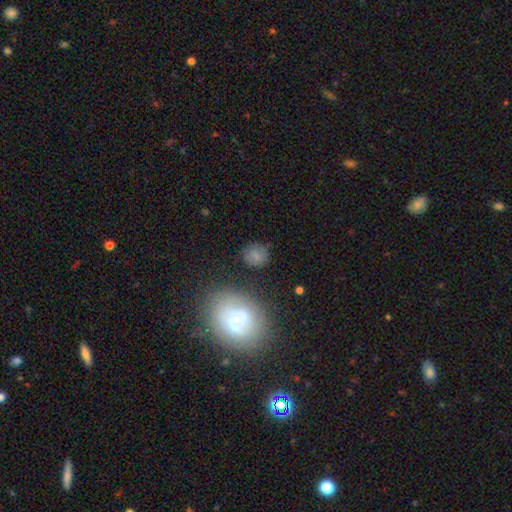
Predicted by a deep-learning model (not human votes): Q: Smooth or featured?
A: smooth (74%); runner-up: star or artifact (13%)
Q: How rounded?
A: round (82%); runner-up: in between (17%)
Q: Merging?
A: none (80%); runner-up: minor disturbance (12%)